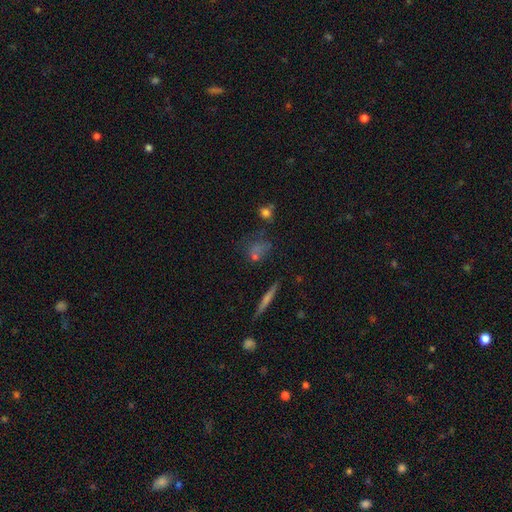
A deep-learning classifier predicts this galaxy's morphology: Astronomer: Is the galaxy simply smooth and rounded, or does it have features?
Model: smooth — 43% (runner-up: featured or disk, 31%).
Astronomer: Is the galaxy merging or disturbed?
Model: none — 67%.